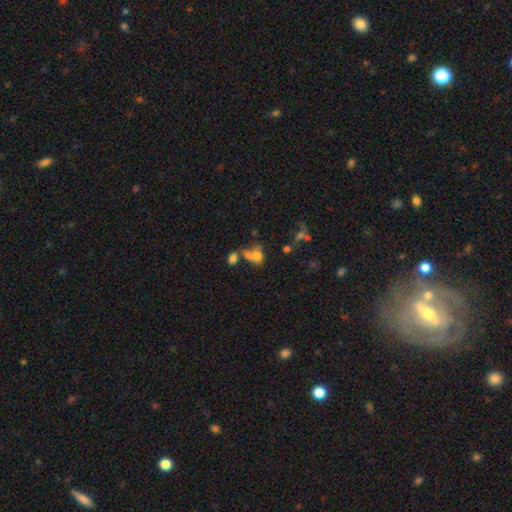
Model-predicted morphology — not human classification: Overall: smooth (63%). How rounded: in between (64%; round 32%). Merging: merger (45%; none 27%).